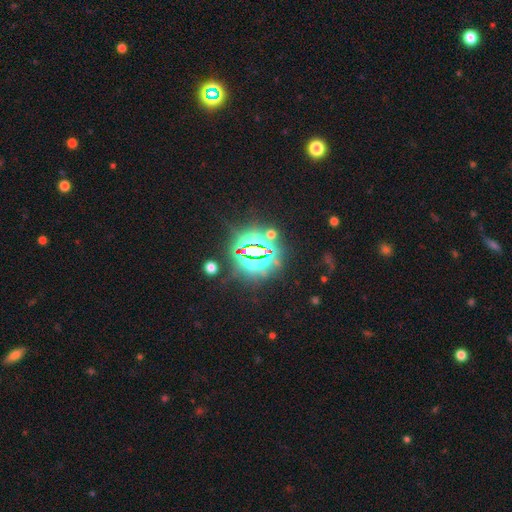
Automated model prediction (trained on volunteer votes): star or artifact 82%, smooth 9%, featured or disk 9%.